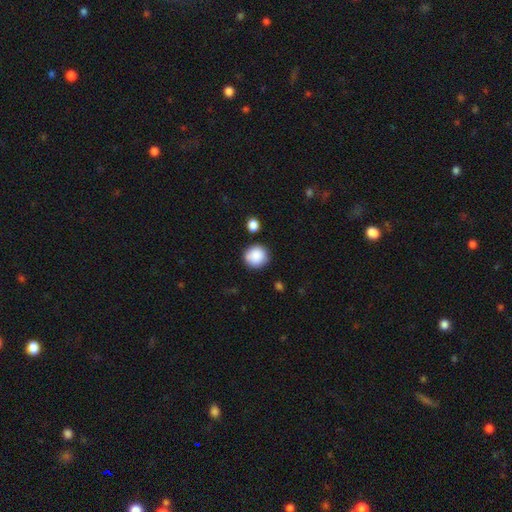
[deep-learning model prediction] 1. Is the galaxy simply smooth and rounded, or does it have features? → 88% smooth, 8% star or artifact, 4% featured or disk.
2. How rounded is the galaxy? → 92% round, 7% in between, 1% cigar-shaped.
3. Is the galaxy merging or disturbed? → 84% none, 9% minor disturbance, 4% merger, 3% major disturbance.